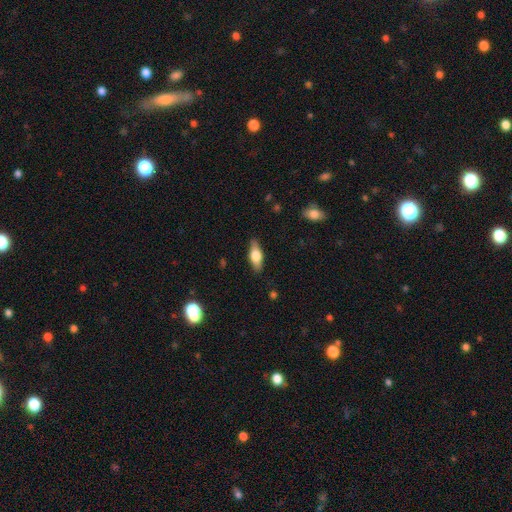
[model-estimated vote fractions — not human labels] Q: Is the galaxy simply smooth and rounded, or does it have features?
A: smooth — 62%.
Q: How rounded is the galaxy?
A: in between — 71%.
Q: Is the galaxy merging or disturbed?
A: none — 86%.